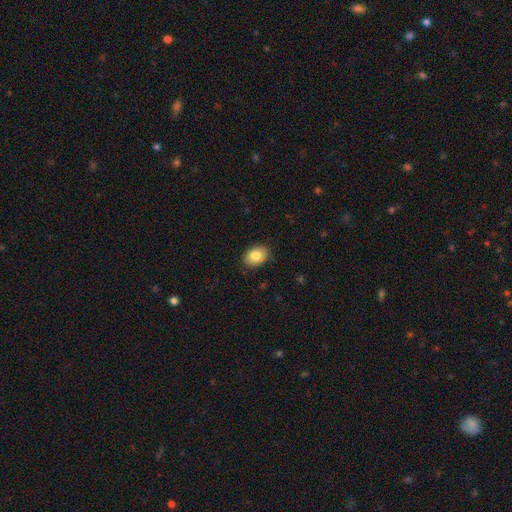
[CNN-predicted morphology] Smooth or featured: smooth — 84% (featured or disk — 9%)
How rounded: in between — 76% (round — 23%)
Merging: none — 88% (minor disturbance — 9%)